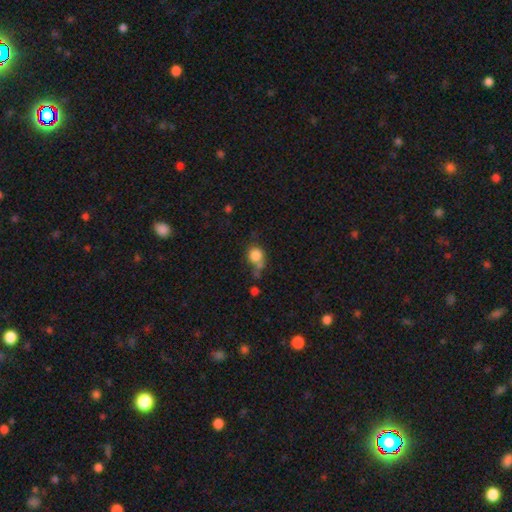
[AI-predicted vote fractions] Smooth or featured? smooth (82%)
How rounded? round (80%)
Merging? none (48%)